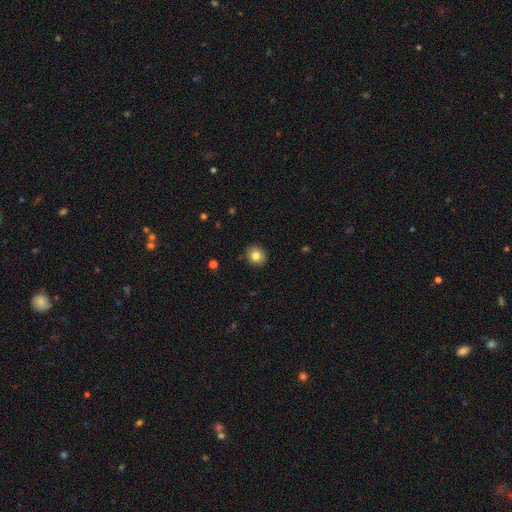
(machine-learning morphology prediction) smooth-or-featured: smooth: 82% | star or artifact: 10% | featured or disk: 8%
  how-rounded: round: 85% | in between: 14% | cigar-shaped: 1%
  merging: none: 91% | minor disturbance: 7% | major disturbance: 2% | merger: 1%